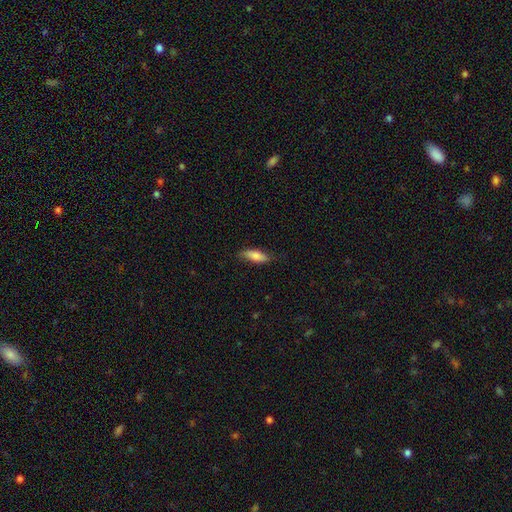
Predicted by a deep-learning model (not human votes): smooth 79%, featured or disk 15%, star or artifact 6%. Down the decision tree: how rounded — in between (58%); merging — none (75%).